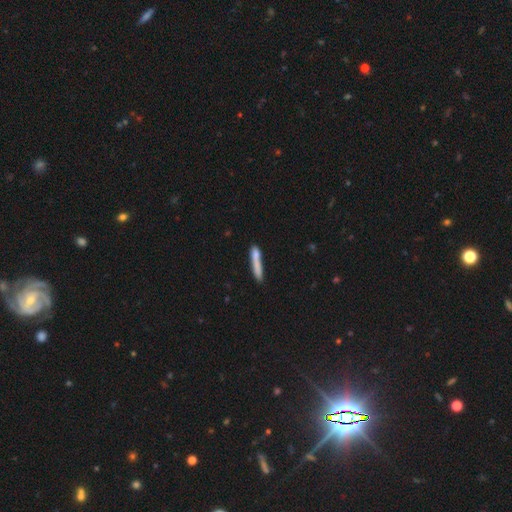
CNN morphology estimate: A smooth galaxy with no disk features (75%) that is cigar-shaped (91%).

Vote fractions:
- Smooth or featured? smooth: 75% / featured or disk: 18% / star or artifact: 7%
- How rounded? cigar-shaped: 91% / in between: 7% / round: 2%
- Merging? none: 63% / minor disturbance: 19% / merger: 12% / major disturbance: 6%